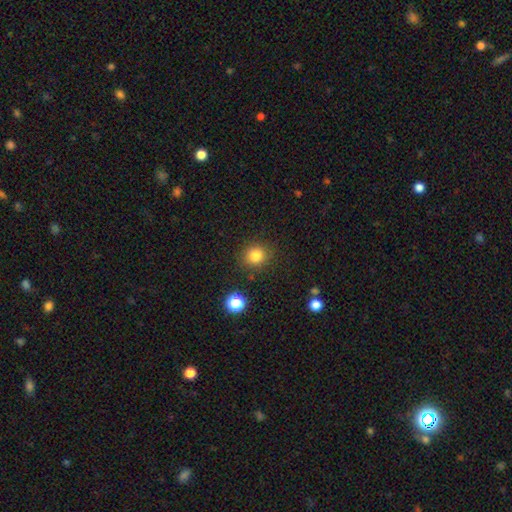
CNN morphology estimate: Smooth or featured: smooth — 82% (star or artifact — 13%)
How rounded: round — 85% (in between — 14%)
Merging: none — 86% (minor disturbance — 8%)